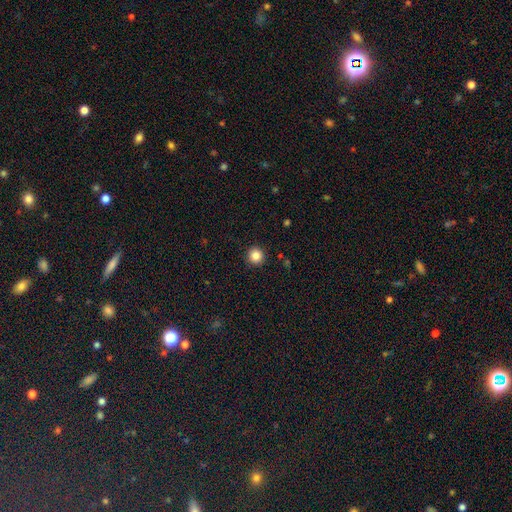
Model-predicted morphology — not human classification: smooth 85%, star or artifact 11%, featured or disk 4%. Down the decision tree: how rounded — round (95%); merging — none (93%).